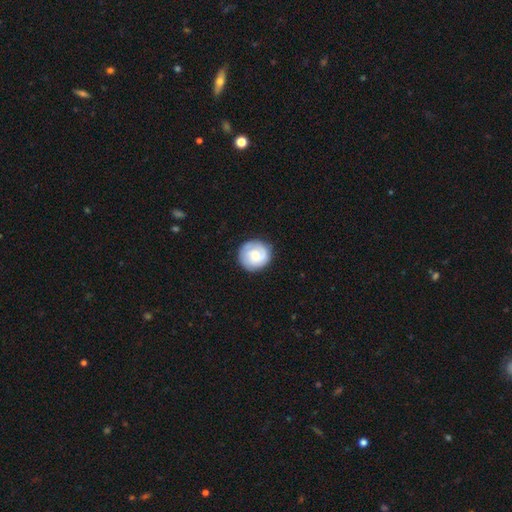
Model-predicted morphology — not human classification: Smooth or featured?
  - smooth: 59% *
  - featured or disk: 35%
  - star or artifact: 6%
How rounded?
  - round: 94% *
  - in between: 5%
  - cigar-shaped: 1%
Merging?
  - none: 85% *
  - minor disturbance: 11%
  - major disturbance: 3%
  - merger: 1%